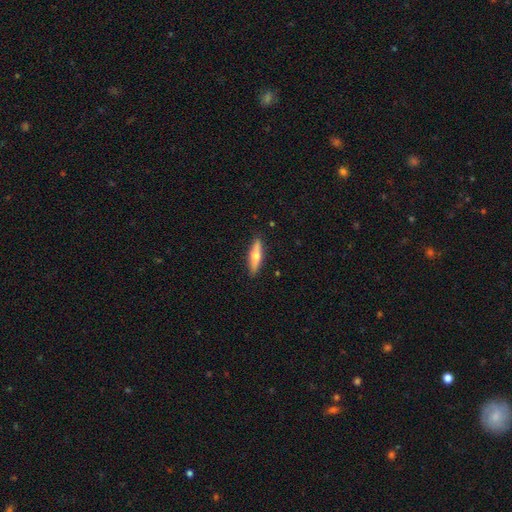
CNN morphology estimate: Smooth or featured: smooth — 52% (featured or disk — 43%)
How rounded: cigar-shaped — 69% (in between — 28%)
Merging: none — 88% (minor disturbance — 9%)